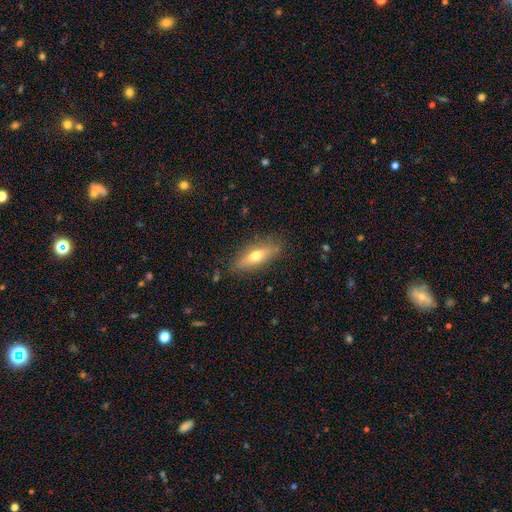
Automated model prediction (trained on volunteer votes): A smooth galaxy with no disk features (56%) that is in between round and cigar-shaped (50%). Merging: none (84%).